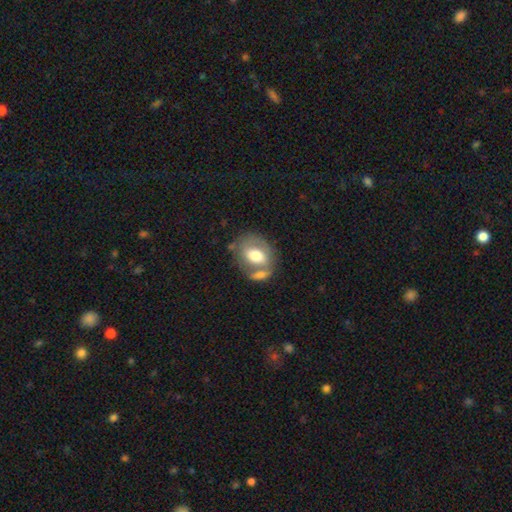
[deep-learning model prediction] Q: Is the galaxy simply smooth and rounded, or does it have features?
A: smooth — 61%.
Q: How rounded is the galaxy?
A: in between — 70%.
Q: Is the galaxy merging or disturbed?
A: none — 43%.